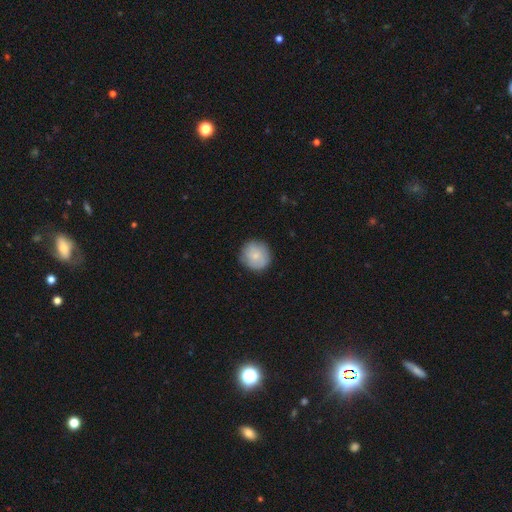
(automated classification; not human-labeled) smooth 79%, featured or disk 14%, star or artifact 7%. Down the decision tree: how rounded — round (93%); merging — none (85%).